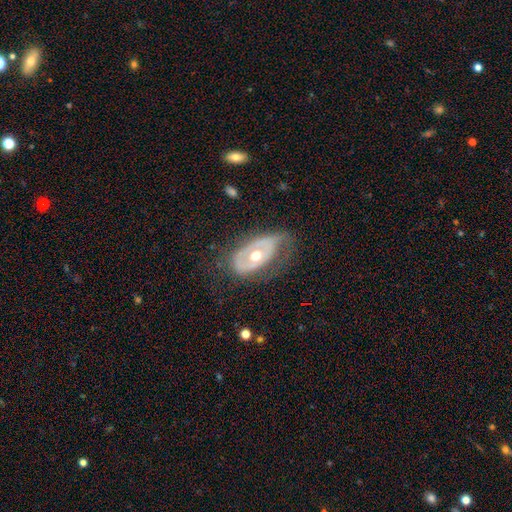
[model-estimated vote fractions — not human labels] smooth_or_featured: featured or disk (p=0.66) [alt: smooth p=0.28]
disk_edge_on: no (p=0.90) [alt: yes p=0.10]
bar: no (p=0.76) [alt: weak p=0.16]
has_spiral_arms: no (p=0.63) [alt: yes p=0.37]
bulge_size: moderate (p=0.76) [alt: small p=0.13]
merging: none (p=0.47) [alt: minor disturbance p=0.29]